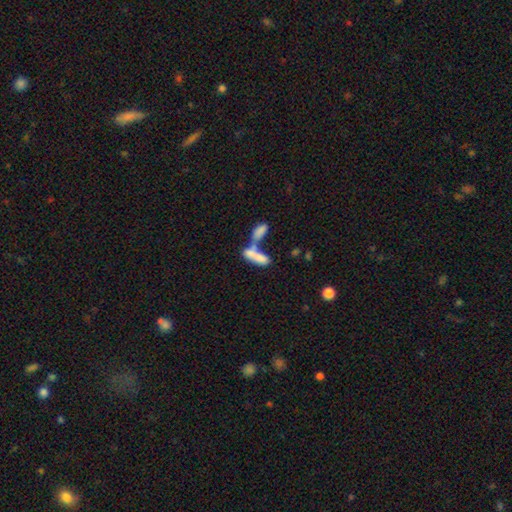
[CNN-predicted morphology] The model was most divided on "how rounded": in between: 57%, cigar-shaped: 40%, round: 3%. More confident: smooth or featured — smooth (71%); merging — merger (70%).